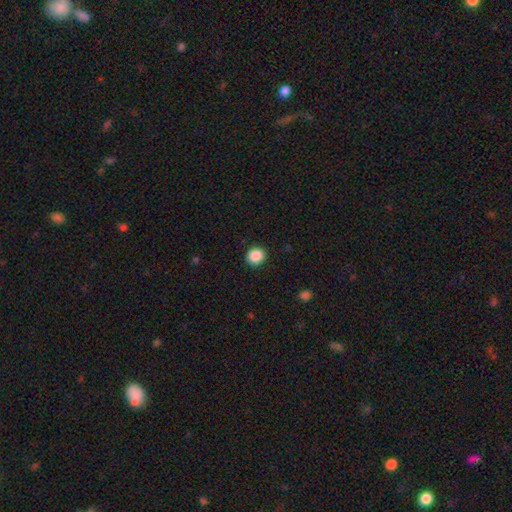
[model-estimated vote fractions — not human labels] This is clearly a smooth galaxy (88%). How rounded: clearly round (85%). Merging: clearly none (90%).